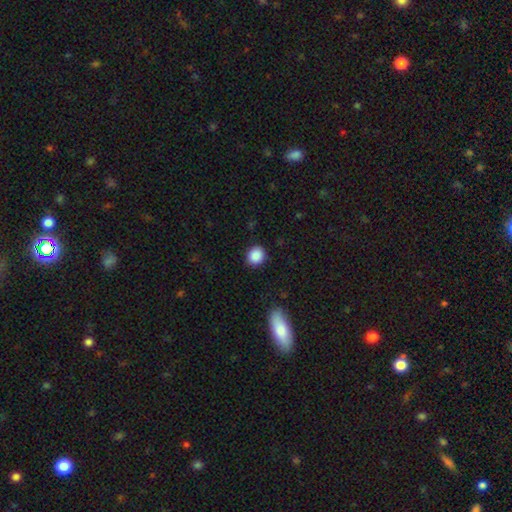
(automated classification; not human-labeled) Overall: smooth (89%). How rounded: round (81%). Merging: none (88%).